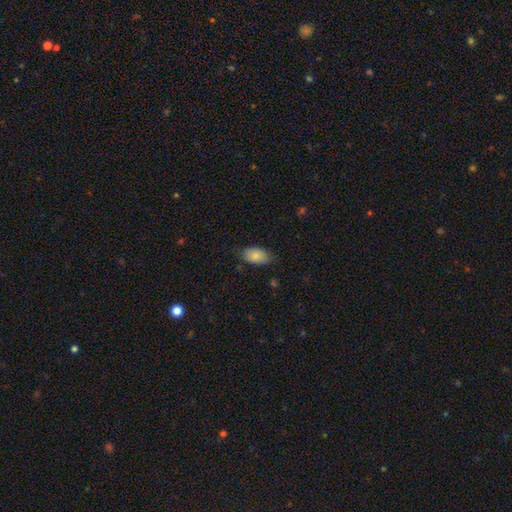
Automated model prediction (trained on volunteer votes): A smooth galaxy with no disk features (83%) that is in between round and cigar-shaped (93%).

Vote fractions:
- Smooth or featured? smooth: 83% / featured or disk: 10% / star or artifact: 7%
- How rounded? in between: 93% / round: 5% / cigar-shaped: 2%
- Merging? none: 77% / minor disturbance: 18% / major disturbance: 3% / merger: 1%